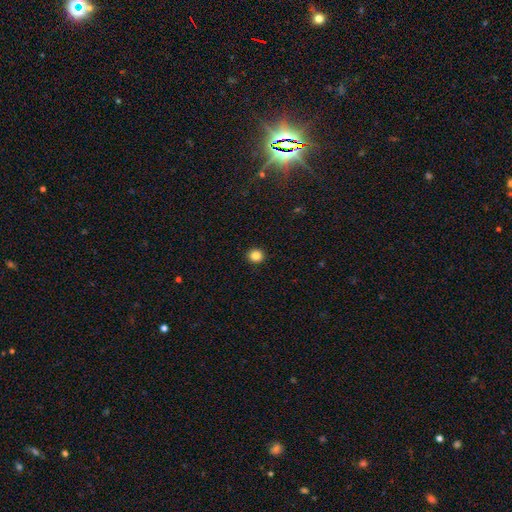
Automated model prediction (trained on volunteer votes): Morphology: type=smooth (84%); roundness=round (87%); merging=none (93%).